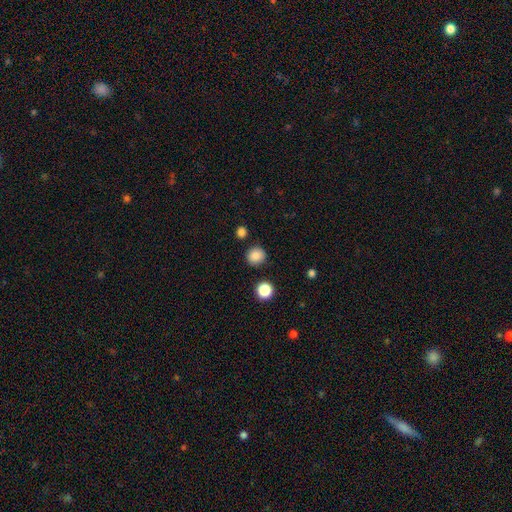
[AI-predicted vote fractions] Overall: smooth (85%). How rounded: round (91%). Merging: none (87%).